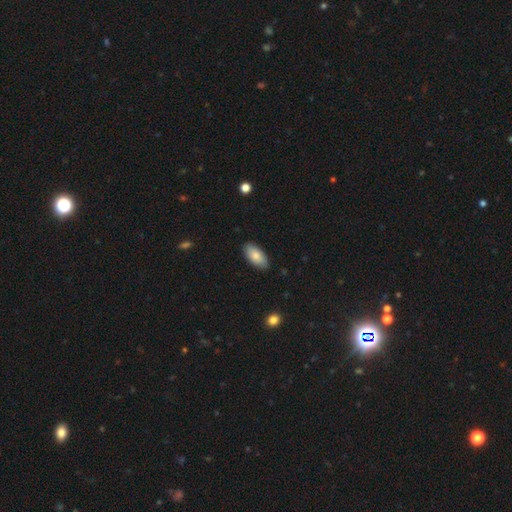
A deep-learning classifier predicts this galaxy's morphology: This appears to be a smooth galaxy with no disk features (83%) that is in between round and cigar-shaped (93%). Merging: none (87%).